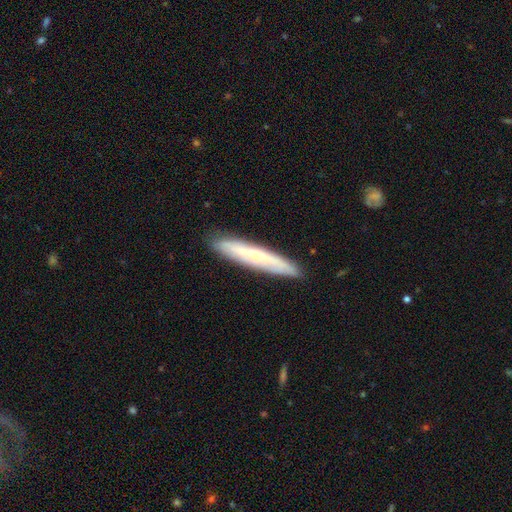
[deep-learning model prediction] Q: Smooth or featured?
A: featured or disk (49%); runner-up: smooth (45%)
Q: Merging?
A: none (88%); runner-up: minor disturbance (9%)